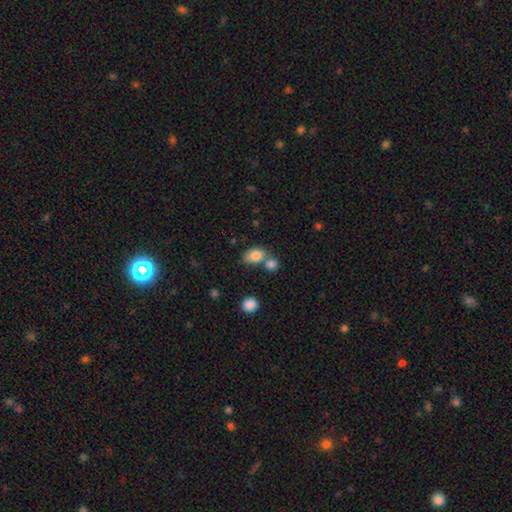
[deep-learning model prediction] Smooth or featured? Predicted: smooth (p=0.82). How rounded? Predicted: in between (p=0.73). Merging? Predicted: none (p=0.42).